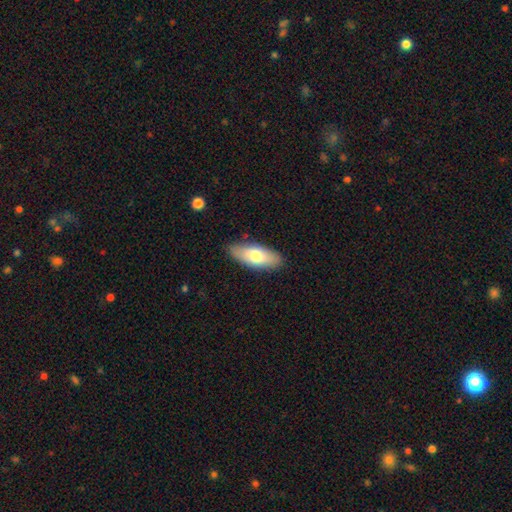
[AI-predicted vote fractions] A smooth galaxy with no disk features (71%) that is in between round and cigar-shaped (80%).

Vote fractions:
- Smooth or featured? smooth: 71% / featured or disk: 23% / star or artifact: 6%
- How rounded? in between: 80% / cigar-shaped: 18% / round: 2%
- Merging? none: 85% / minor disturbance: 11% / major disturbance: 2% / merger: 1%